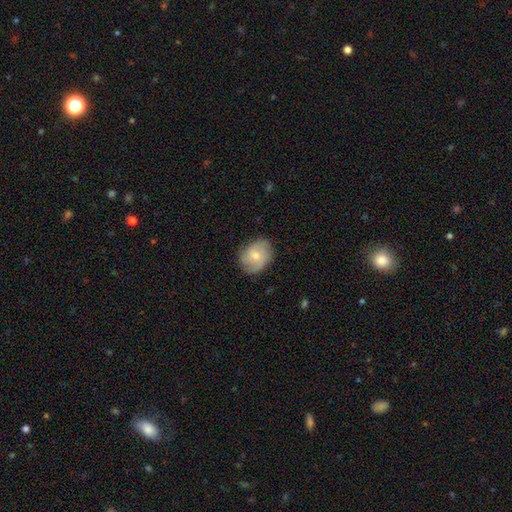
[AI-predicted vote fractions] A smooth galaxy with no disk features (61%) that is in between round and cigar-shaped (51%).

Vote fractions:
- Smooth or featured? smooth: 61% / featured or disk: 31% / star or artifact: 7%
- How rounded? in between: 51% / round: 48% / cigar-shaped: 1%
- Merging? none: 76% / minor disturbance: 19% / major disturbance: 5% / merger: 1%